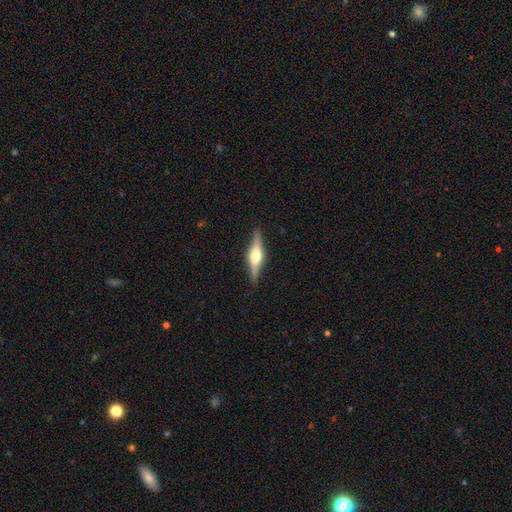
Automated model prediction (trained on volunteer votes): A featured or disk galaxy (75%) viewed edge-on (98%) with a rounded central bulge (90%). Merging: none (89%).